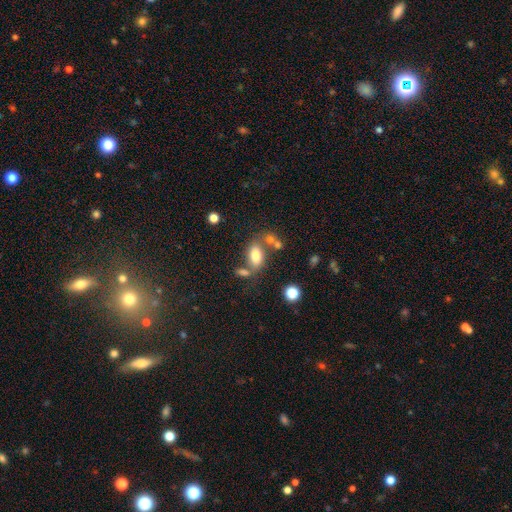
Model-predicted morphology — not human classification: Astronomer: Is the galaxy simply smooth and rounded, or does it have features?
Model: smooth — 76%.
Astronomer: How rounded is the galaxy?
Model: in between — 87%.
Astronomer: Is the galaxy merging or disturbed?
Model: none — 54%.